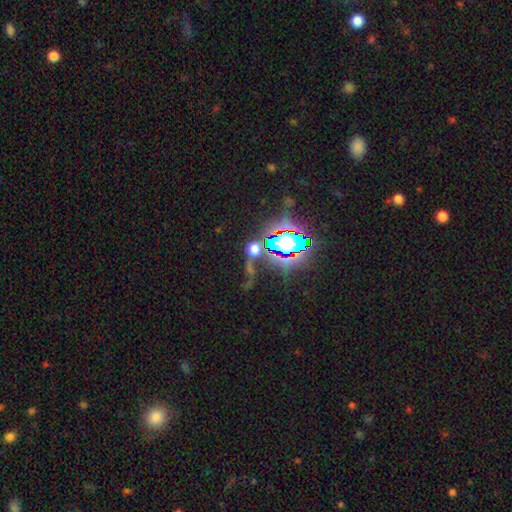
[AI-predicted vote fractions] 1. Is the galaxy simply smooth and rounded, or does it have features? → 81% star or artifact, 11% smooth, 8% featured or disk.